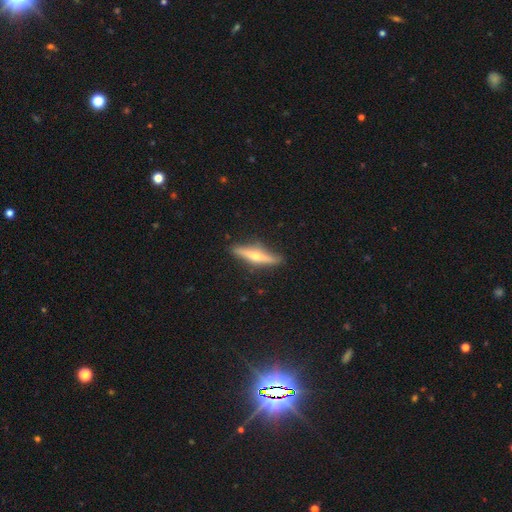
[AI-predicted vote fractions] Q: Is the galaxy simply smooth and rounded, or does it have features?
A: featured or disk — 63%.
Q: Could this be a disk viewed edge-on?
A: yes — 96%.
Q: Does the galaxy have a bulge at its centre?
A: rounded — 88%.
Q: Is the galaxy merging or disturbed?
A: none — 88%.